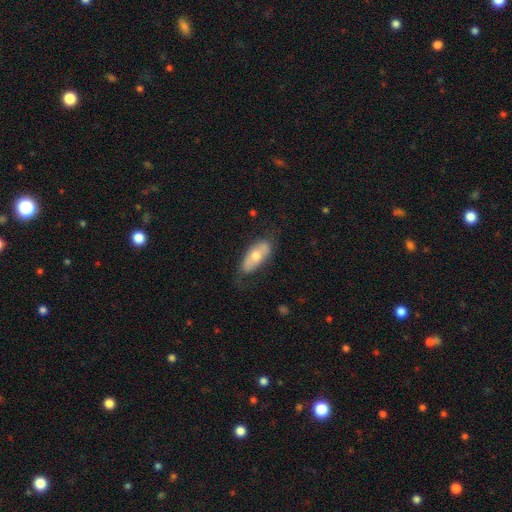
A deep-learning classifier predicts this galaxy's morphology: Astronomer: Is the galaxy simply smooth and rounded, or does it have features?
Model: smooth — 56% (runner-up: featured or disk, 38%).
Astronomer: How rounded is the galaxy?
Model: in between — 85%.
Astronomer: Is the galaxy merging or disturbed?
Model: none — 66%.